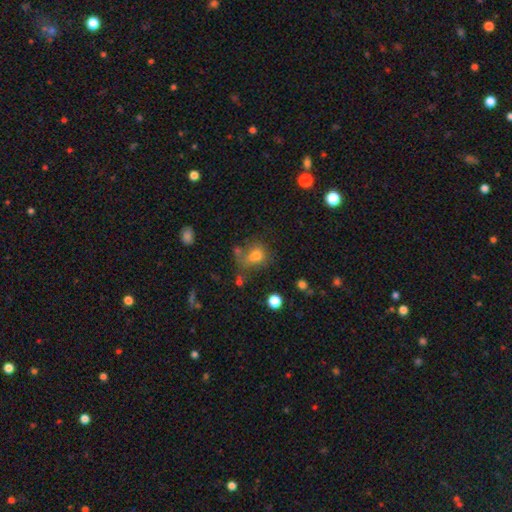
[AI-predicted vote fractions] Morphology: type=smooth (74%); roundness=round (60%); merging=none (49%).